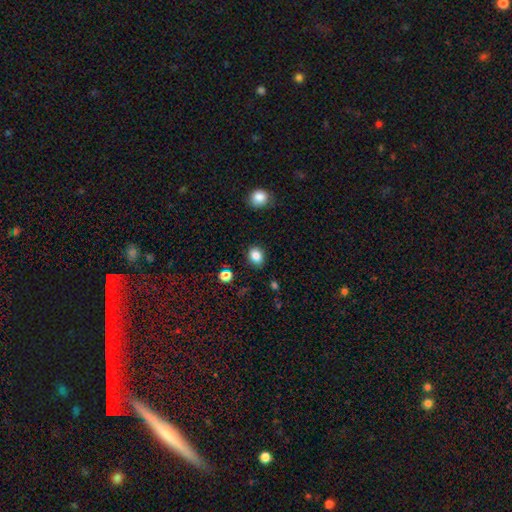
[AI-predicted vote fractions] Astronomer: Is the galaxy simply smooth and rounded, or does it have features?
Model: smooth — 84%.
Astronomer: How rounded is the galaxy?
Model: round — 52% (runner-up: in between, 47%).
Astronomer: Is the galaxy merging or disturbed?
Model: none — 86%.